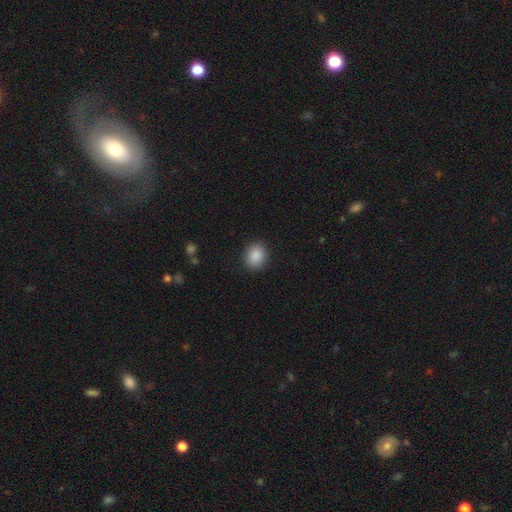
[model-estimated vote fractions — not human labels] This appears to be a smooth galaxy with no disk features (88%) that is round (59%). Merging: none (89%).